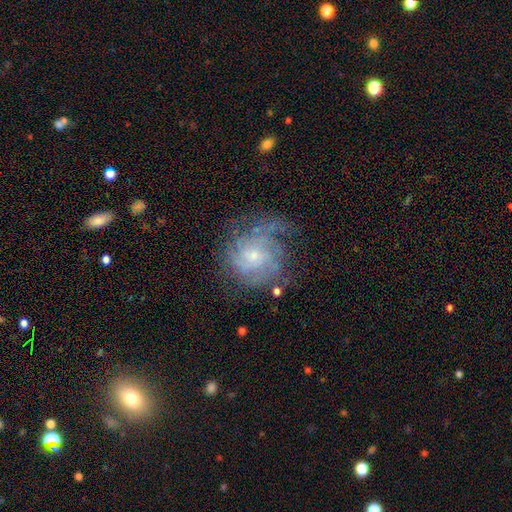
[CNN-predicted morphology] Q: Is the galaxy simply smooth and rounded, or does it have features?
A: featured or disk — 78%.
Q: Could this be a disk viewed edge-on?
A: no — 98%.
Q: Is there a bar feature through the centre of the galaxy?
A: no — 70%.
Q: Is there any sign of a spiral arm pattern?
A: yes — 92%.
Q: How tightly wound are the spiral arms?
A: tight — 57%.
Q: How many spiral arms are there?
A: can't tell — 41%.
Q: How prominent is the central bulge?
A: small — 66%.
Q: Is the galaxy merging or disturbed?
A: none — 61%.